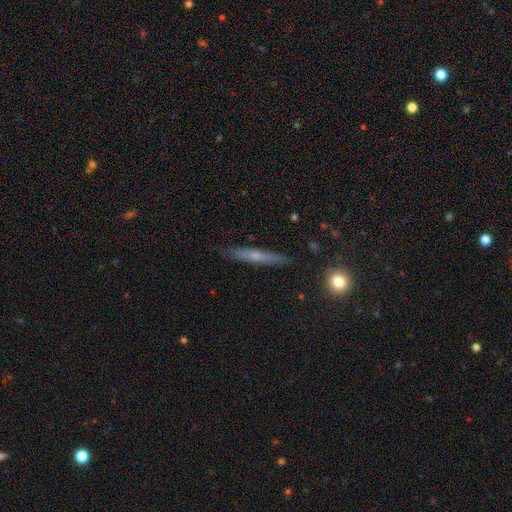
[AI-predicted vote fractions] This is possibly a featured or disk galaxy (48%). Merging: clearly none (87%).